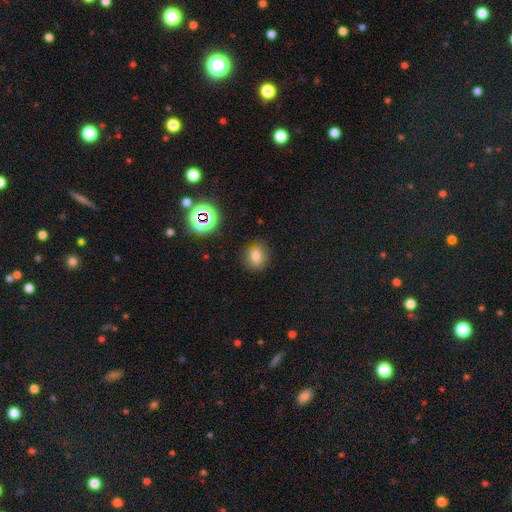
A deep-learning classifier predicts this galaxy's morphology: Smooth or featured? smooth (73%)
How rounded? round (65%)
Merging? none (81%)